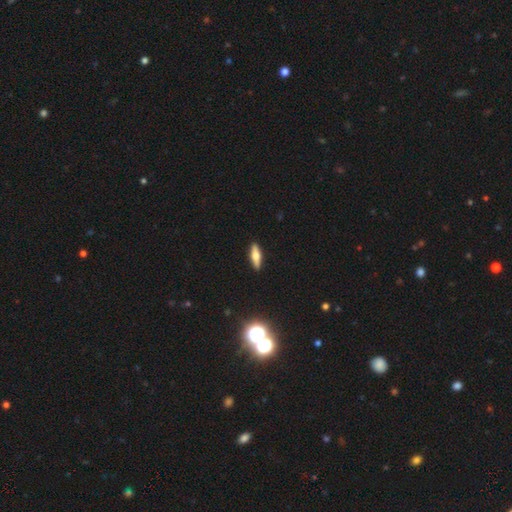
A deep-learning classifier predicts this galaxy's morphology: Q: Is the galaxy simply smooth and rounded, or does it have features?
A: smooth — 50%.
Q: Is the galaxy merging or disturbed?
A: none — 90%.